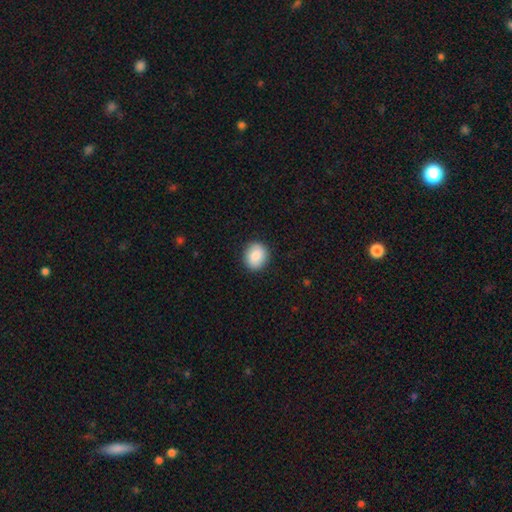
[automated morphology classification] Smooth or featured: smooth — 86% (star or artifact — 7%)
How rounded: round — 75% (in between — 24%)
Merging: none — 89% (minor disturbance — 8%)